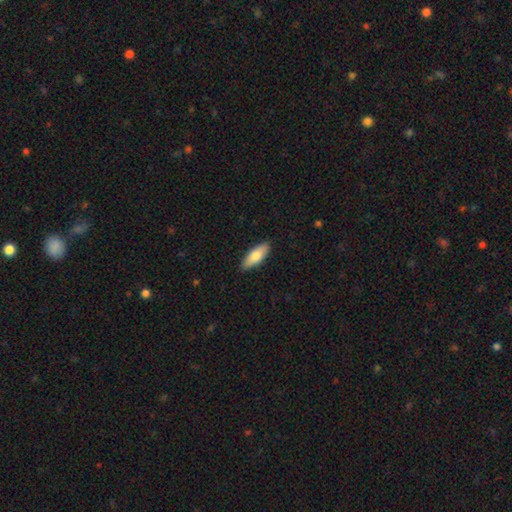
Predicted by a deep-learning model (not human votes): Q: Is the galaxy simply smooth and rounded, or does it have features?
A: smooth — 76%.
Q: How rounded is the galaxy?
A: in between — 70%.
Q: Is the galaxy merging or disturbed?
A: none — 90%.